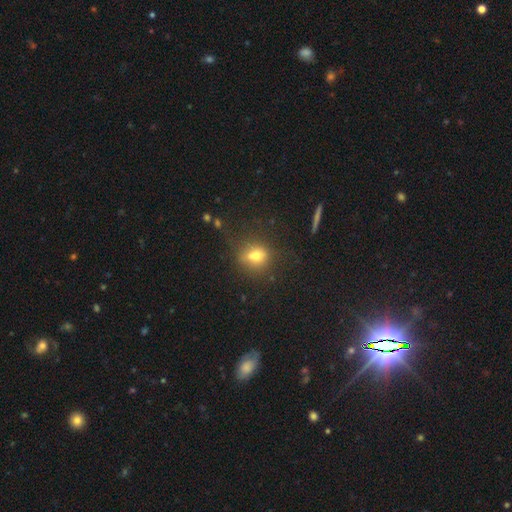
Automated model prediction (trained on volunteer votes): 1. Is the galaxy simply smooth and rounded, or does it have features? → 68% smooth, 16% star or artifact, 15% featured or disk.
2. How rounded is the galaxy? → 59% round, 38% in between, 3% cigar-shaped.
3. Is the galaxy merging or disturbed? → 62% none, 17% minor disturbance, 14% merger, 7% major disturbance.